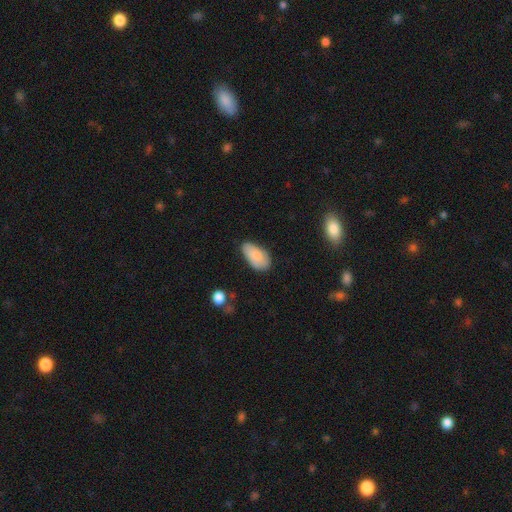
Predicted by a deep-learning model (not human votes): A smooth galaxy with no disk features (82%) that is in between round and cigar-shaped (94%). Merging: none (62%).